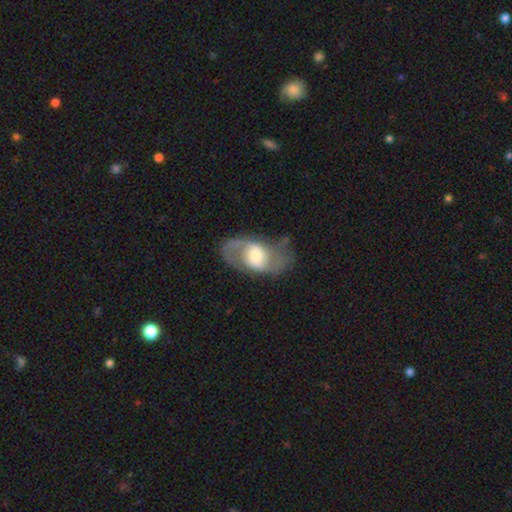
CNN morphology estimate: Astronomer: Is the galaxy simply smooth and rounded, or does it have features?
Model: featured or disk — 68%.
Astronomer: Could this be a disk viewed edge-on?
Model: no — 95%.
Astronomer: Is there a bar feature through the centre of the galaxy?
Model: no — 45% (runner-up: weak, 40%).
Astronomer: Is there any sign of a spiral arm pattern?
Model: yes — 81%.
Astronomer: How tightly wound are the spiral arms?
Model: loose — 44% (runner-up: medium, 43%).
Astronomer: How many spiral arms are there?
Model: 2 — 84%.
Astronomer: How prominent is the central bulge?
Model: large — 44% (runner-up: moderate, 30%).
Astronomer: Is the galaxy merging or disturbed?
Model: none — 55%.